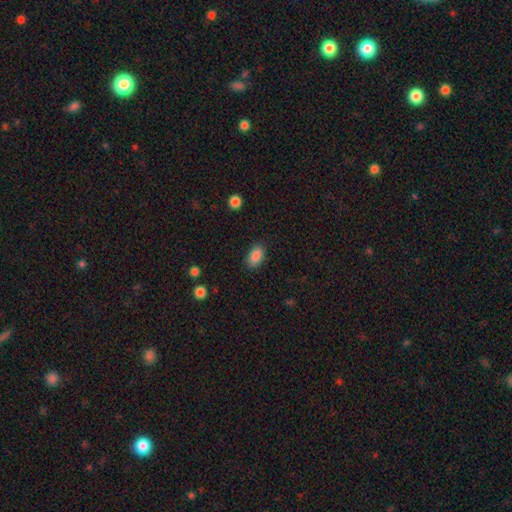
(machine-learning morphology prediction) smooth-or-featured: smooth: 87% | star or artifact: 8% | featured or disk: 5%
  how-rounded: in between: 91% | round: 6% | cigar-shaped: 3%
  merging: none: 86% | minor disturbance: 10% | major disturbance: 3% | merger: 1%